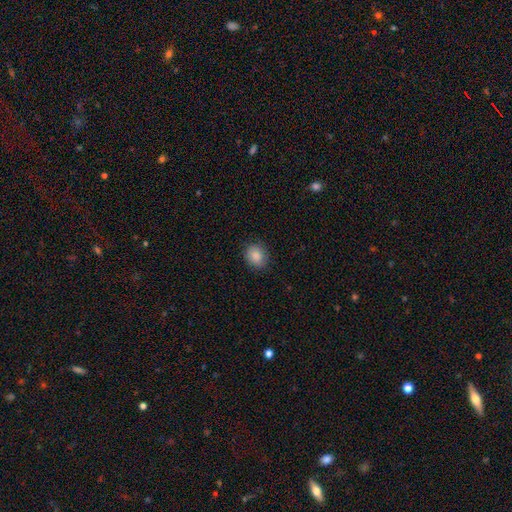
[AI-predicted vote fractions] Morphology: type=smooth (87%); roundness=round (67%); merging=none (86%).